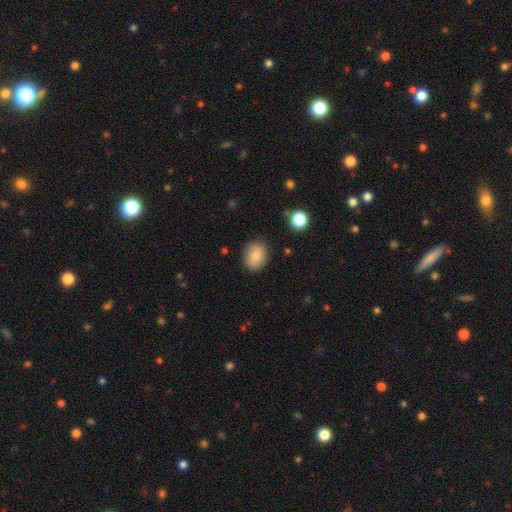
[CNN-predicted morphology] This is clearly a smooth galaxy (81%). How rounded: possibly in between (53%). Merging: clearly none (84%).